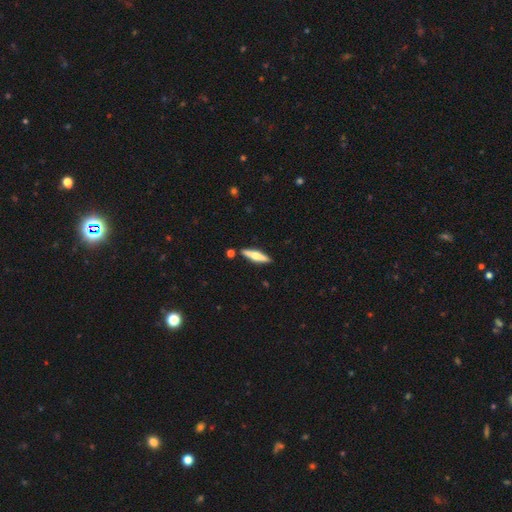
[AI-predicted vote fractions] Overall: featured or disk (57%; smooth 38%). Edge-on disk: yes (96%). Edge-on bulge: rounded (89%). Merging: none (87%).